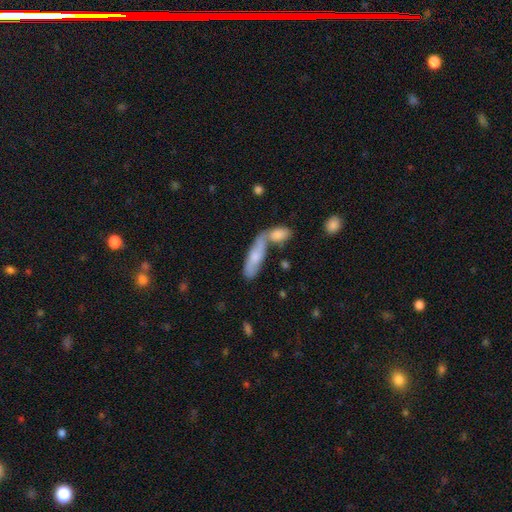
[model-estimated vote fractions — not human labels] smooth_or_featured: smooth (p=0.60) [alt: featured or disk p=0.33]
how_rounded: in between (p=0.49) [tied with: cigar-shaped p=0.49]
merging: merger (p=0.46) [alt: none p=0.35]